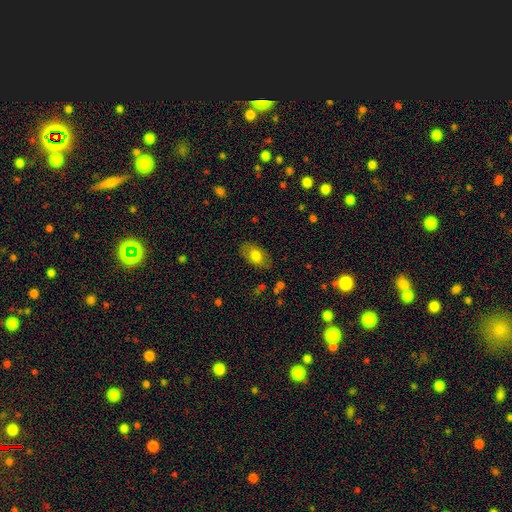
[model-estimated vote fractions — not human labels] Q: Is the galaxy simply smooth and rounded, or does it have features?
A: smooth — 73%.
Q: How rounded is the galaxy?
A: in between — 90%.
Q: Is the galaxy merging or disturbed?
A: none — 81%.